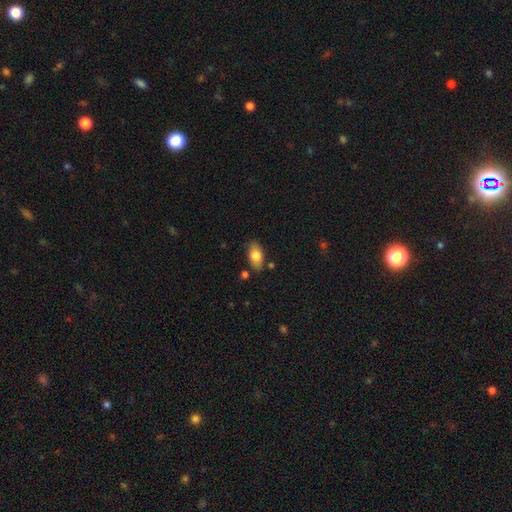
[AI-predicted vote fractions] Morphology: type=smooth (80%); roundness=in between (91%); merging=none (79%).